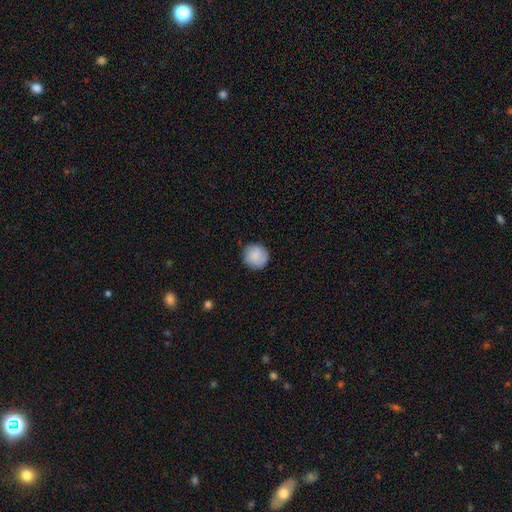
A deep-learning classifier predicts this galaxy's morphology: Smooth or featured?
  - smooth: 87% *
  - star or artifact: 7%
  - featured or disk: 6%
How rounded?
  - round: 94% *
  - in between: 5%
  - cigar-shaped: 1%
Merging?
  - none: 88% *
  - minor disturbance: 9%
  - major disturbance: 2%
  - merger: 1%